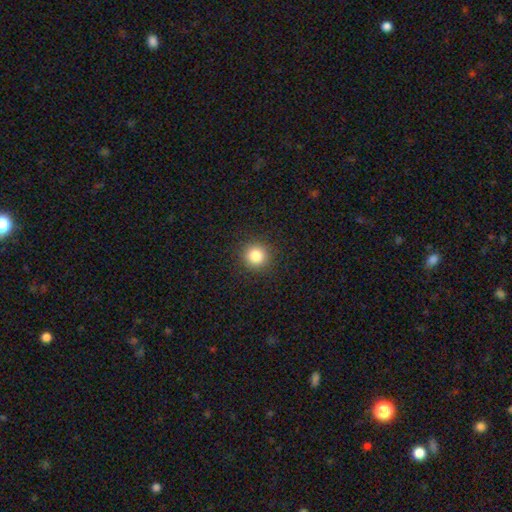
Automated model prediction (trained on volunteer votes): Q: Smooth or featured?
A: smooth (83%); runner-up: star or artifact (12%)
Q: How rounded?
A: round (93%); runner-up: in between (6%)
Q: Merging?
A: none (91%); runner-up: minor disturbance (6%)